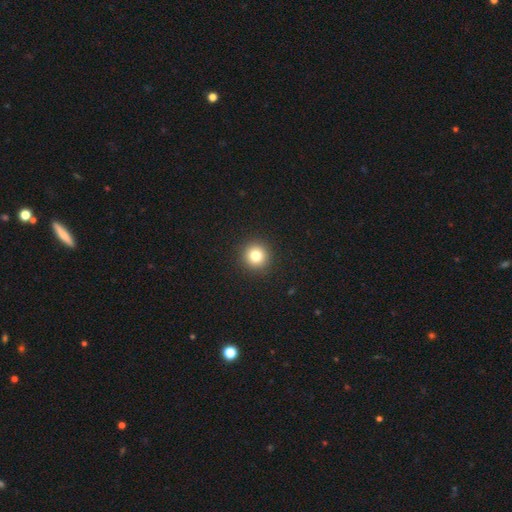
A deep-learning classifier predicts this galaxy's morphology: smooth-or-featured: smooth: 80% | star or artifact: 12% | featured or disk: 8%
  how-rounded: round: 95% | in between: 4% | cigar-shaped: 1%
  merging: none: 93% | minor disturbance: 4% | major disturbance: 2% | merger: 1%